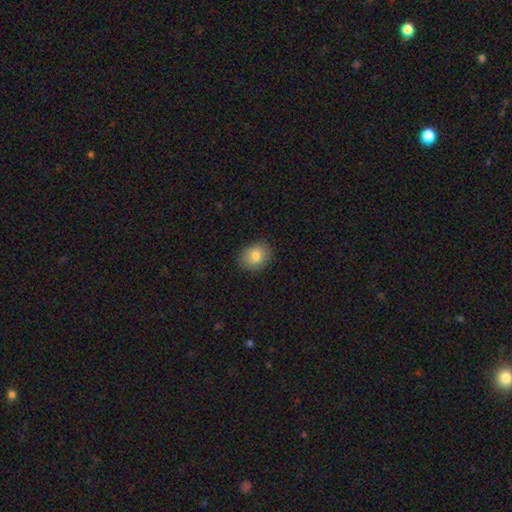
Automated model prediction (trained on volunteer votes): The model was most divided on "how rounded": in between: 53%, round: 47%, cigar-shaped: 1%. More confident: merging — none (87%); smooth or featured — smooth (82%).